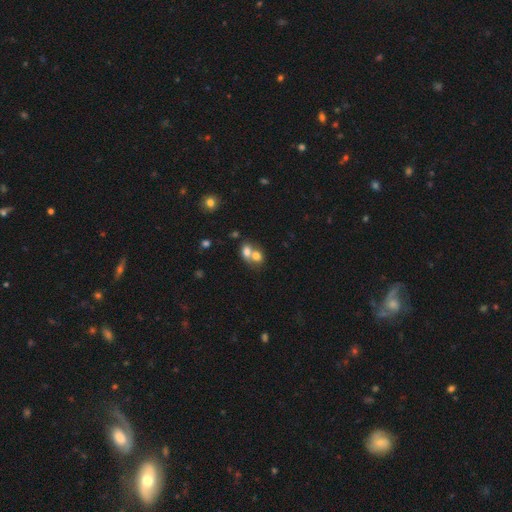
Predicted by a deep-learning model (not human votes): Smooth or featured: smooth — 72% (featured or disk — 18%)
How rounded: round — 51% (in between — 47%)
Merging: merger — 71% (none — 21%)